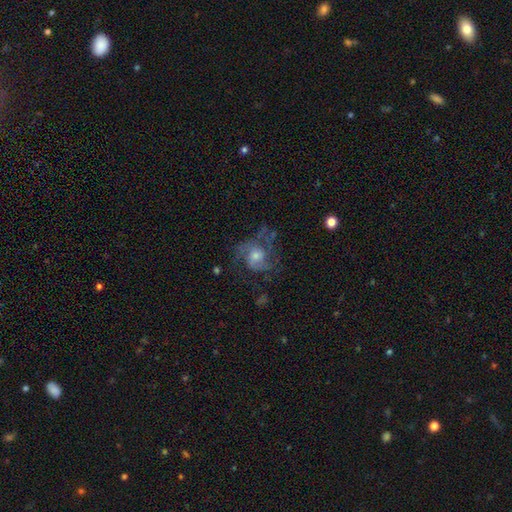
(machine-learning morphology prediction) Smooth or featured?
  - featured or disk: 71% *
  - smooth: 19%
  - star or artifact: 10%
Edge-on disk?
  - no: 98% *
  - yes: 2%
Bar?
  - no: 71% *
  - weak: 25%
  - strong: 4%
Spiral arms?
  - yes: 85% *
  - no: 15%
Spiral winding?
  - medium: 50% *
  - tight: 27%
  - loose: 23%
Spiral arm count?
  - 2: 38% *
  - can't tell: 25%
  - 3: 21%
  - 1: 7%
  - 4: 5%
  - more than 4: 4%
Bulge size?
  - moderate: 52% *
  - small: 35%
  - large: 8%
  - none: 4%
  - dominant: 1%
Merging?
  - none: 53% *
  - major disturbance: 25%
  - minor disturbance: 20%
  - merger: 2%